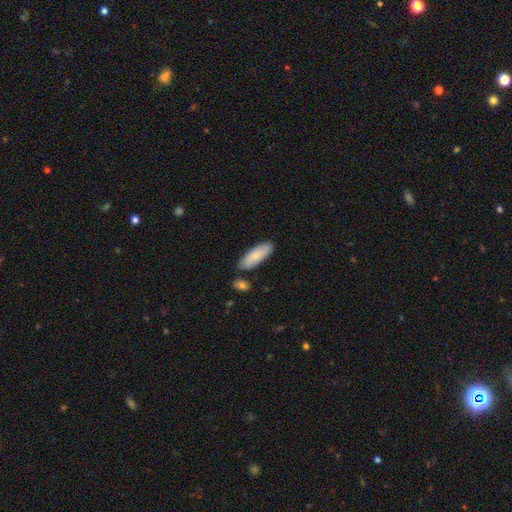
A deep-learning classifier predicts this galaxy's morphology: type=smooth (81%); roundness=in between (64%); merging=none (82%).